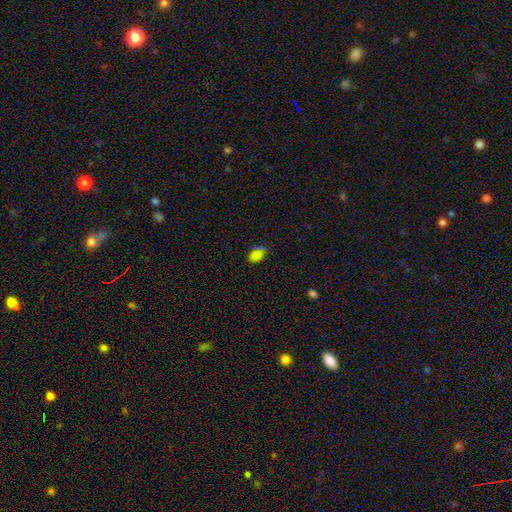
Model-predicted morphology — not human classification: smooth 73%, star or artifact 21%, featured or disk 7%. Down the decision tree: how rounded — in between (85%); merging — none (68%).